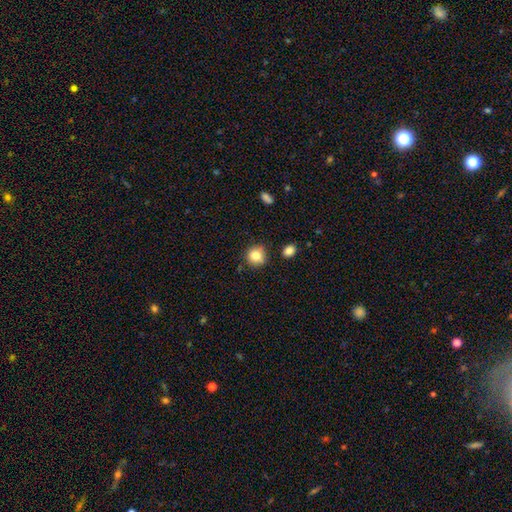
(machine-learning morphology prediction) This appears to be a smooth galaxy with no disk features (83%) that is round (88%). Merging: none (80%).